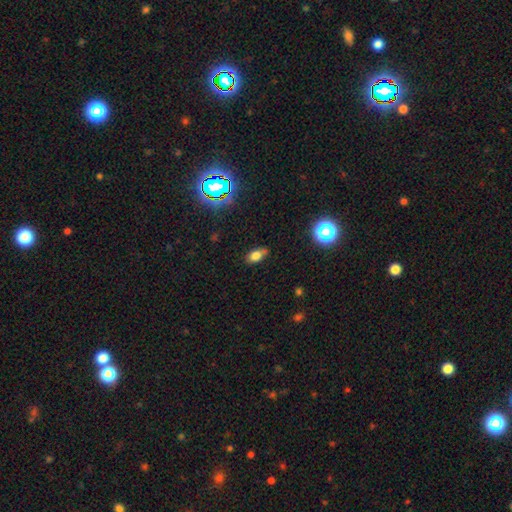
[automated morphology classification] Smooth or featured? smooth (75%)
How rounded? in between (87%)
Merging? none (74%)